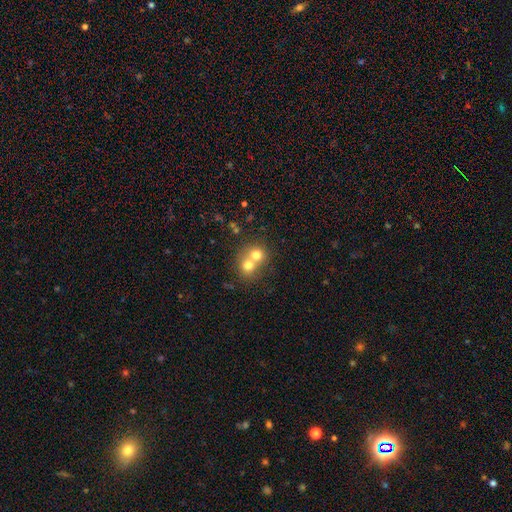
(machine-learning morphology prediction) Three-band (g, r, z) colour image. It shows a smooth galaxy with no disk features (70%) that is round (79%). Merging: merger (67%).